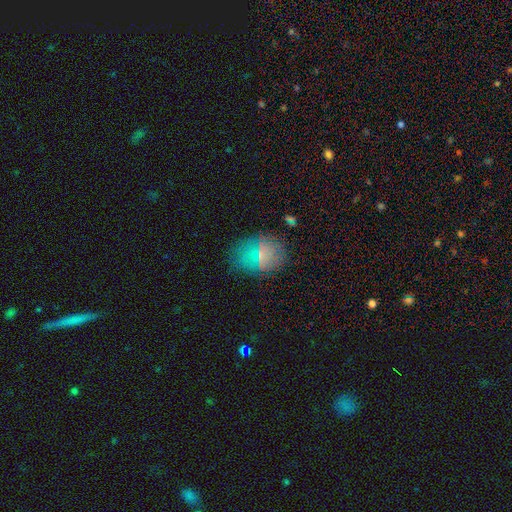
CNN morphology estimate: Smooth or featured: smooth — 53% (featured or disk — 24%)
How rounded: in between — 68% (round — 30%)
Merging: none — 69% (minor disturbance — 20%)